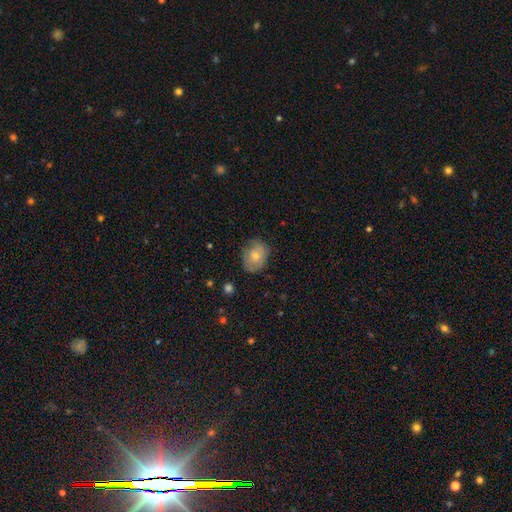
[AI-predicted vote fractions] This is likely a smooth galaxy (67%). How rounded: likely in between (60%). Merging: likely none (66%).